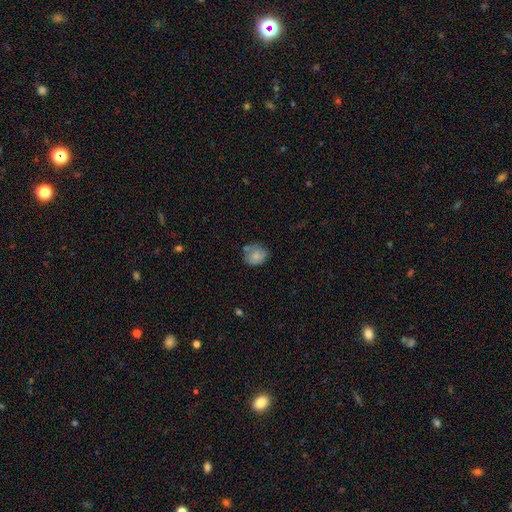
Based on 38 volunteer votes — Smooth or featured? 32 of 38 (84%) said smooth. How rounded? 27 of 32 (84%) said round. Merging? 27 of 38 (71%) said none.